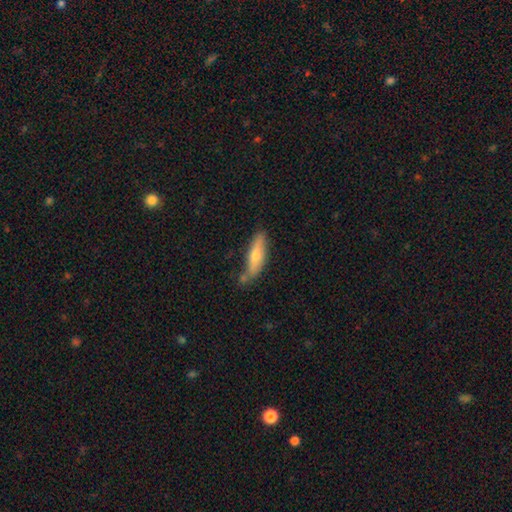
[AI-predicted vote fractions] Morphology: type=smooth (61%); roundness=cigar-shaped (65%); merging=none (63%).